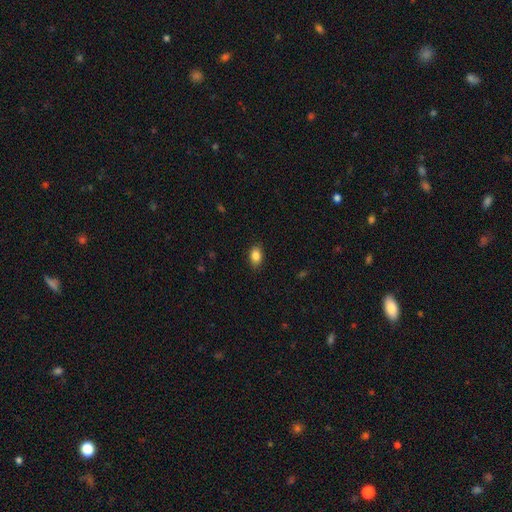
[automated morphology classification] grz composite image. It shows a smooth galaxy with no disk features (87%) that is in between round and cigar-shaped (83%). Merging: none (87%).